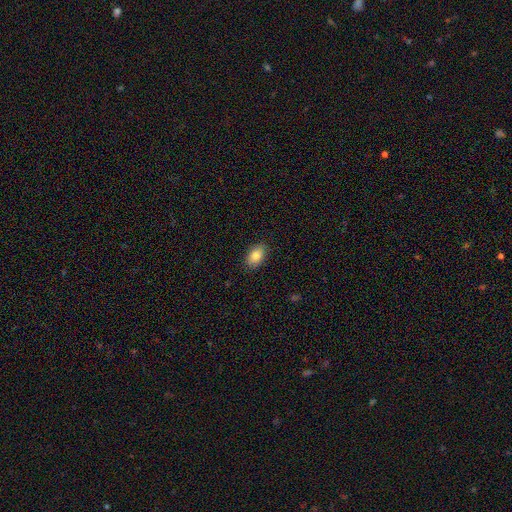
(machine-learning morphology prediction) smooth-or-featured: smooth: 85% | featured or disk: 8% | star or artifact: 7%
  how-rounded: in between: 89% | round: 9% | cigar-shaped: 2%
  merging: none: 87% | minor disturbance: 10% | major disturbance: 2% | merger: 1%